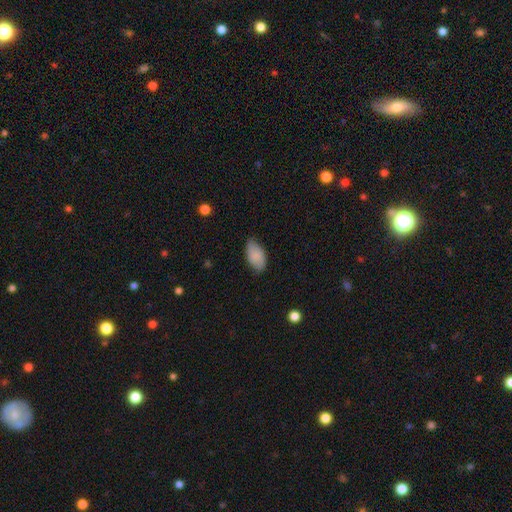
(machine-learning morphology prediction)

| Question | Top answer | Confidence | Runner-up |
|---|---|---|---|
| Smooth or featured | smooth | 81% | featured or disk (13%) |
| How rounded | in between | 94% | round (3%) |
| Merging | none | 73% | minor disturbance (22%) |